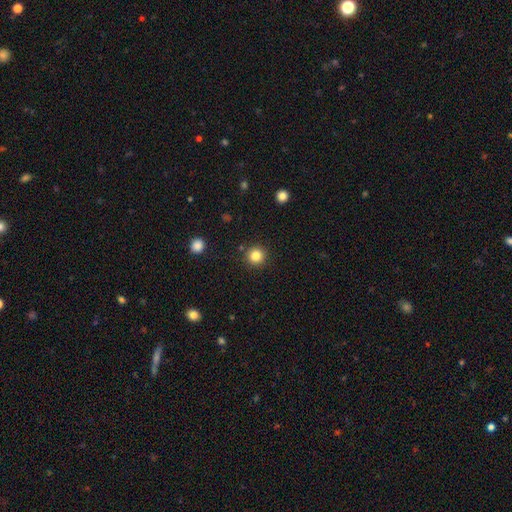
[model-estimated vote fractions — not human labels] A smooth galaxy with no disk features (84%) that is round (94%).

Vote fractions:
- Smooth or featured? smooth: 84% / star or artifact: 11% / featured or disk: 5%
- How rounded? round: 94% / in between: 5% / cigar-shaped: 1%
- Merging? none: 89% / minor disturbance: 6% / merger: 2% / major disturbance: 2%